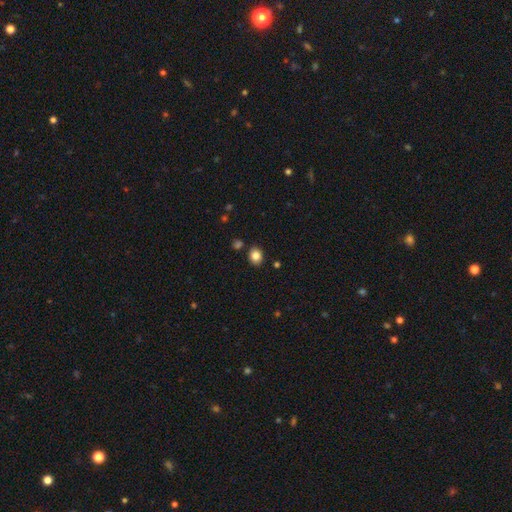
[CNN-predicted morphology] A smooth galaxy with no disk features (84%) that is round (59%). Merging: none (85%).